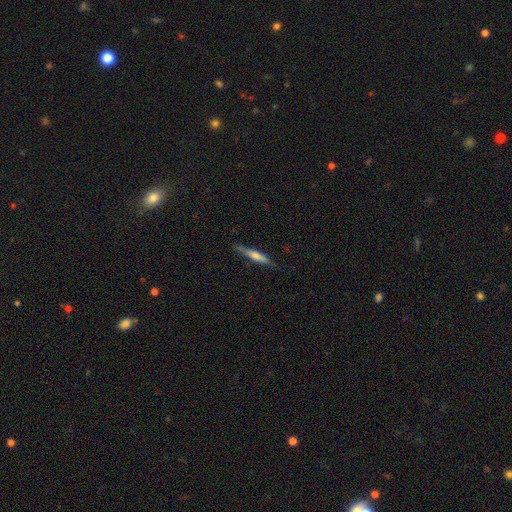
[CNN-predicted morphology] Smooth or featured?
  - smooth: 47% * (tied)
  - featured or disk: 47% * (tied)
  - star or artifact: 6%
Merging?
  - none: 82% *
  - minor disturbance: 14%
  - major disturbance: 3%
  - merger: 1%